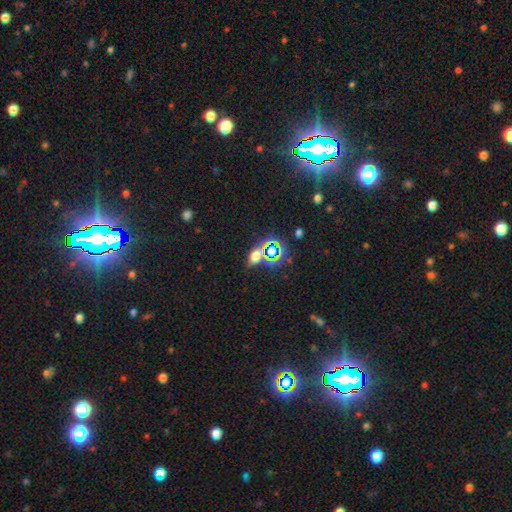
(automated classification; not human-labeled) smooth_or_featured: smooth (p=0.49) [alt: star or artifact p=0.39]
merging: none (p=0.71) [alt: minor disturbance p=0.12]